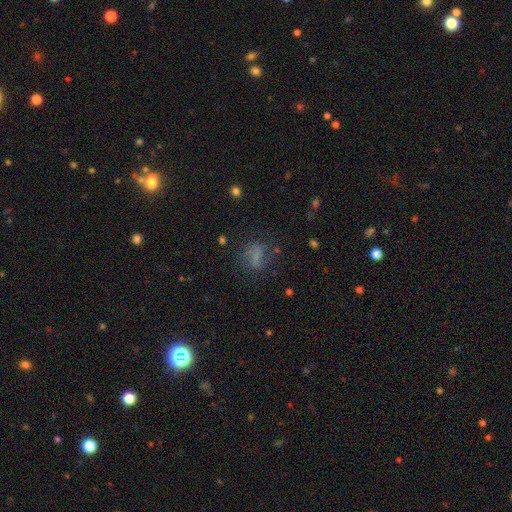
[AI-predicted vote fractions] Q: Smooth or featured?
A: smooth (52%); runner-up: featured or disk (32%)
Q: How rounded?
A: in between (50%); runner-up: round (32%)
Q: Merging?
A: none (66%); runner-up: minor disturbance (18%)